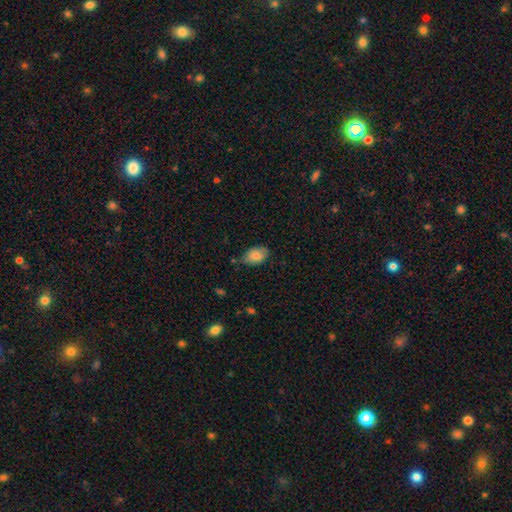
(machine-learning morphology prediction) A smooth galaxy with no disk features (83%) that is in between round and cigar-shaped (90%). Merging: none (71%).